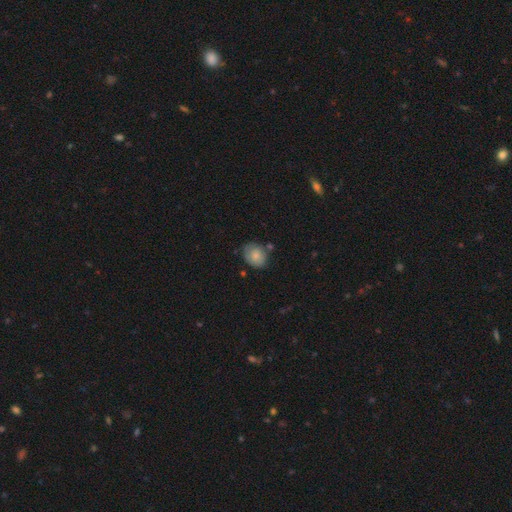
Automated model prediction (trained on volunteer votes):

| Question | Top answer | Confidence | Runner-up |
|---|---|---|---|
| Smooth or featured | smooth | 82% | featured or disk (10%) |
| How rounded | in between | 50% | round (49%) |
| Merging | none | 67% | minor disturbance (23%) |